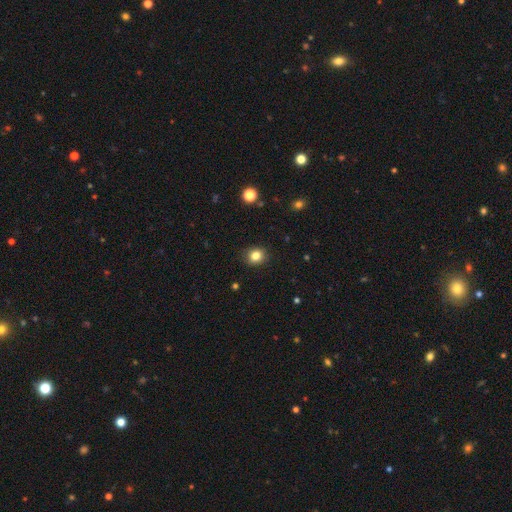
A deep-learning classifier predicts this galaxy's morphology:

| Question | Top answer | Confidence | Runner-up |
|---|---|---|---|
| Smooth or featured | smooth | 82% | star or artifact (12%) |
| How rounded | round | 77% | in between (22%) |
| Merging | none | 89% | minor disturbance (8%) |